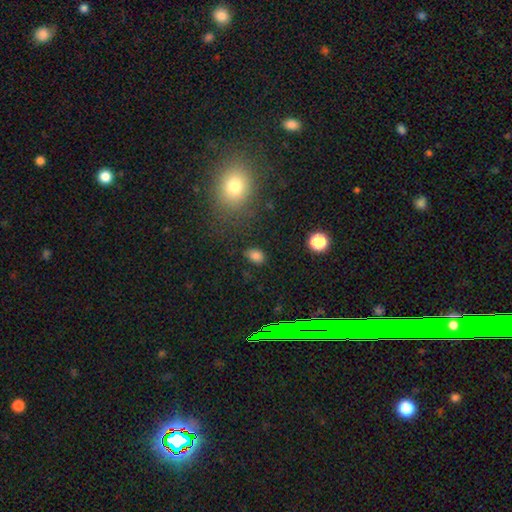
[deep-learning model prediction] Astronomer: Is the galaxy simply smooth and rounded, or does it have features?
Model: smooth — 78%.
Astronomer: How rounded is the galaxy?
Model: in between — 71%.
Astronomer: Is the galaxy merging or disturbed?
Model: none — 80%.